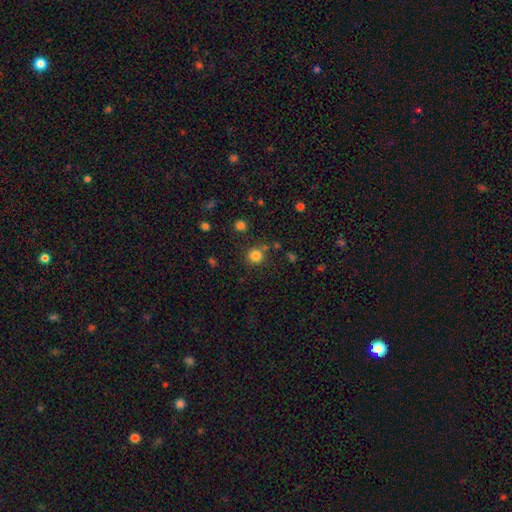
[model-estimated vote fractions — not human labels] smooth-or-featured: smooth: 82% | star or artifact: 14% | featured or disk: 5%
  how-rounded: round: 92% | in between: 7% | cigar-shaped: 1%
  merging: none: 80% | minor disturbance: 9% | merger: 7% | major disturbance: 3%